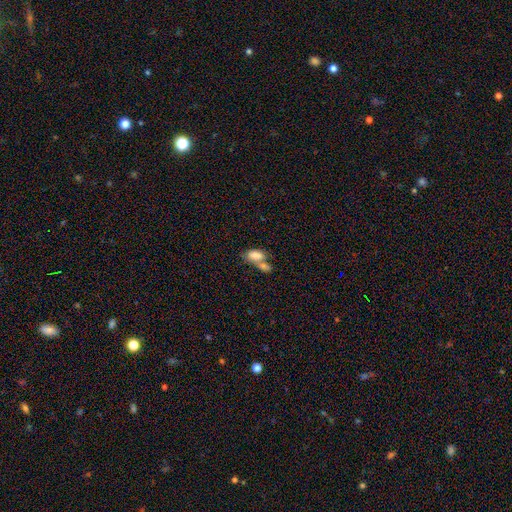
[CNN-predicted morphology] The model was most divided on "merging": merger: 60%, none: 25%, minor disturbance: 10%, major disturbance: 5%. More confident: how rounded — in between (91%); smooth or featured — smooth (79%).